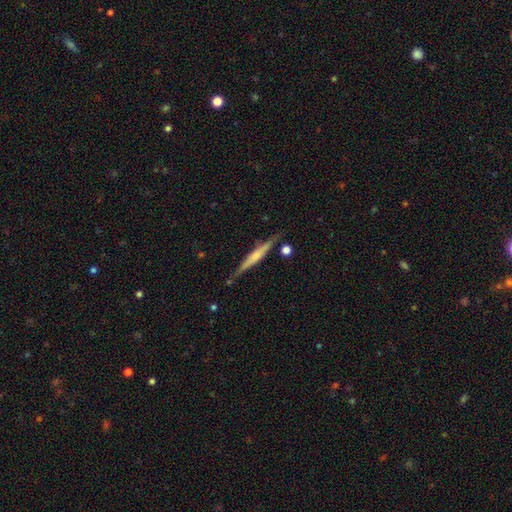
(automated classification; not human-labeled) Morphology: type=featured or disk (63%); edge-on=yes (97%); edge-on bulge=rounded (58%); merging=none (82%).